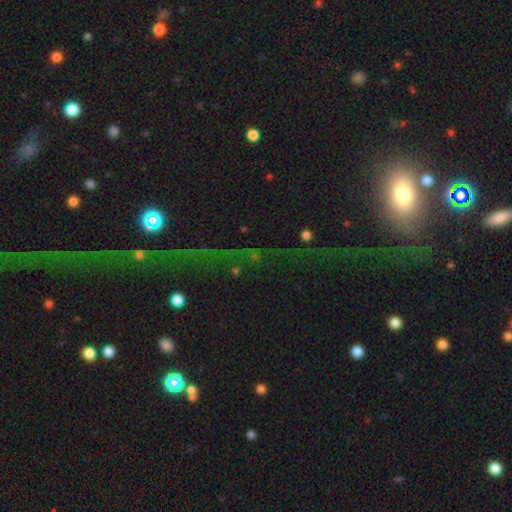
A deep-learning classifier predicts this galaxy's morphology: A star or artifact, not a galaxy (44%).

Vote fractions:
- Smooth or featured? star or artifact: 44% / smooth: 37% / featured or disk: 19%